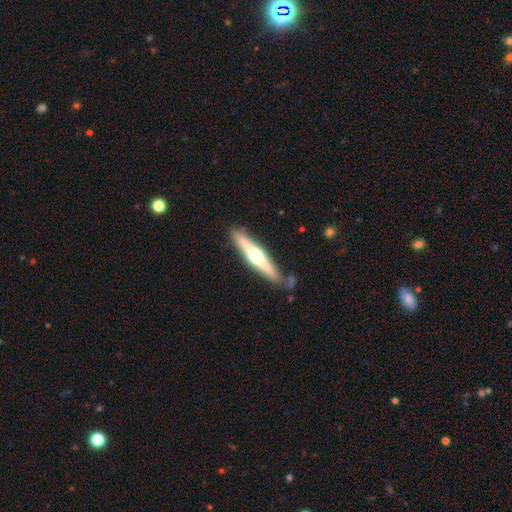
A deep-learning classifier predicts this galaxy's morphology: This appears to be a featured or disk galaxy (57%) viewed edge-on (94%) with a rounded central bulge (92%). Merging: none (81%).